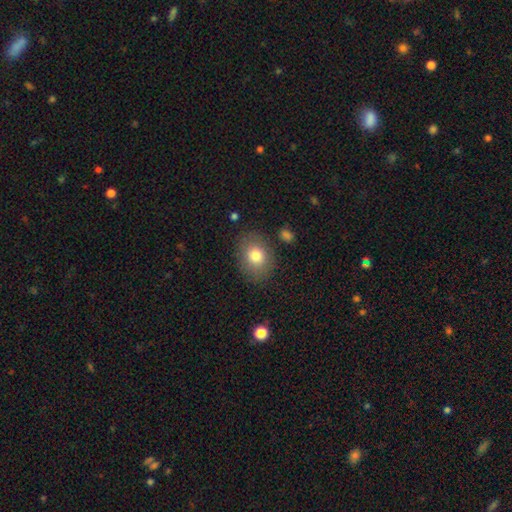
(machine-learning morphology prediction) Smooth or featured? Predicted: smooth (p=0.78). How rounded? Predicted: in between (p=0.58). Merging? Predicted: none (p=0.81).